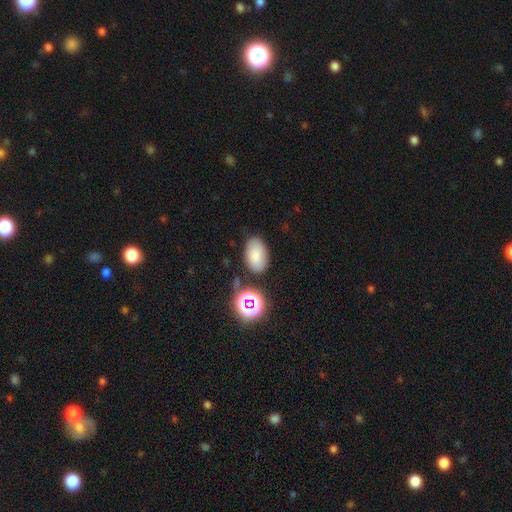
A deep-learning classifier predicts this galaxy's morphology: A smooth galaxy with no disk features (81%) that is in between round and cigar-shaped (91%).

Vote fractions:
- Smooth or featured? smooth: 81% / star or artifact: 12% / featured or disk: 7%
- How rounded? in between: 91% / round: 8% / cigar-shaped: 1%
- Merging? none: 79% / minor disturbance: 13% / merger: 5% / major disturbance: 4%